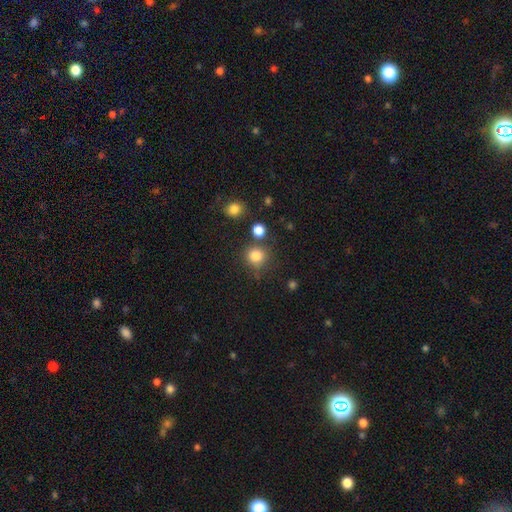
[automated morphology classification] A smooth galaxy with no disk features (82%) that is round (90%).

Vote fractions:
- Smooth or featured? smooth: 82% / star or artifact: 13% / featured or disk: 5%
- How rounded? round: 90% / in between: 9% / cigar-shaped: 1%
- Merging? none: 73% / minor disturbance: 12% / merger: 10% / major disturbance: 5%